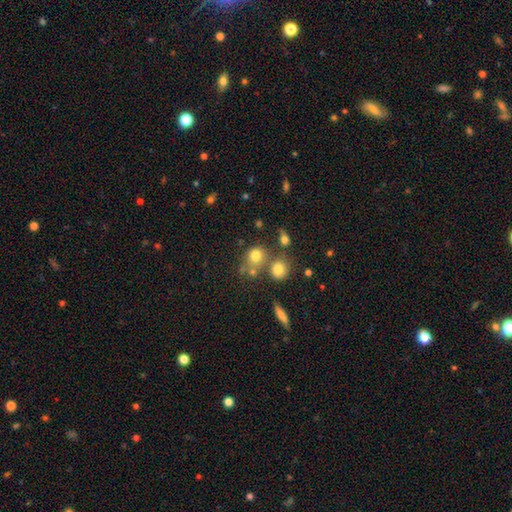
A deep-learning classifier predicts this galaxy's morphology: Smooth or featured? smooth (75%)
How rounded? round (78%)
Merging? none (58%)